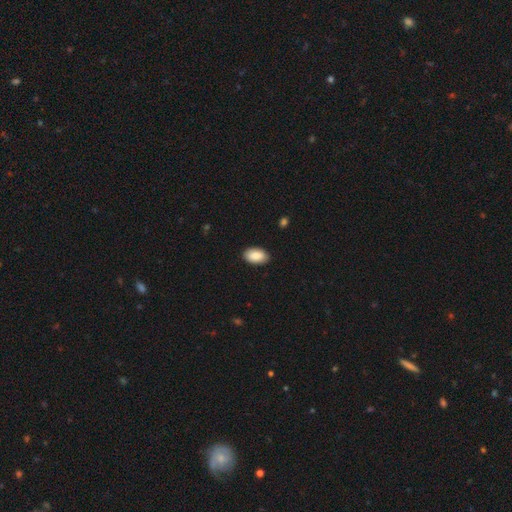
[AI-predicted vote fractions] Q: Smooth or featured?
A: smooth (88%); runner-up: star or artifact (6%)
Q: How rounded?
A: in between (94%); runner-up: round (4%)
Q: Merging?
A: none (89%); runner-up: minor disturbance (9%)